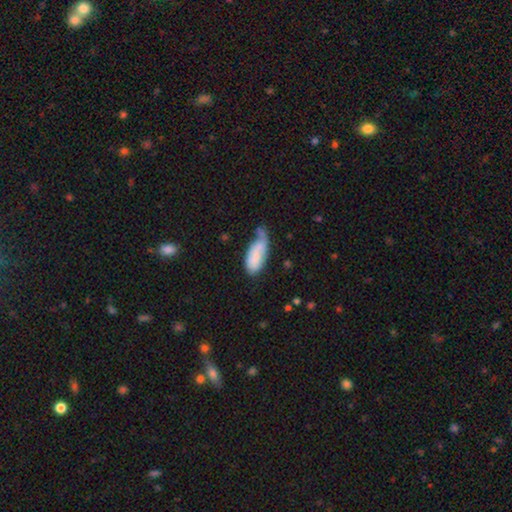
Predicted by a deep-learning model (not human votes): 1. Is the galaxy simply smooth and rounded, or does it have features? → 72% smooth, 21% featured or disk, 7% star or artifact.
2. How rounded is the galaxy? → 87% in between, 11% cigar-shaped, 2% round.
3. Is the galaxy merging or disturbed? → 37% minor disturbance, 29% none, 24% major disturbance, 11% merger.